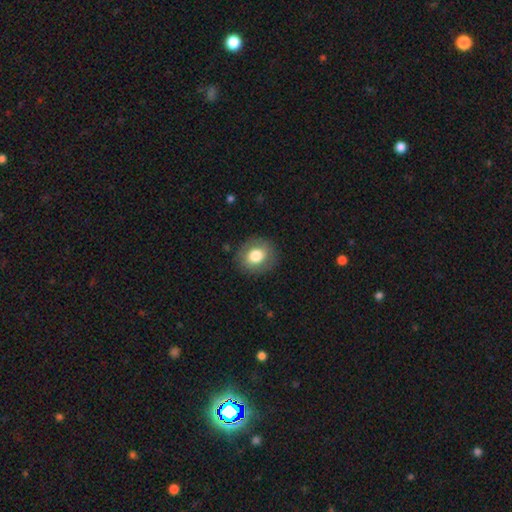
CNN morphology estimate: Smooth or featured: smooth — 76% (featured or disk — 17%)
How rounded: round — 77% (in between — 22%)
Merging: none — 87% (minor disturbance — 9%)